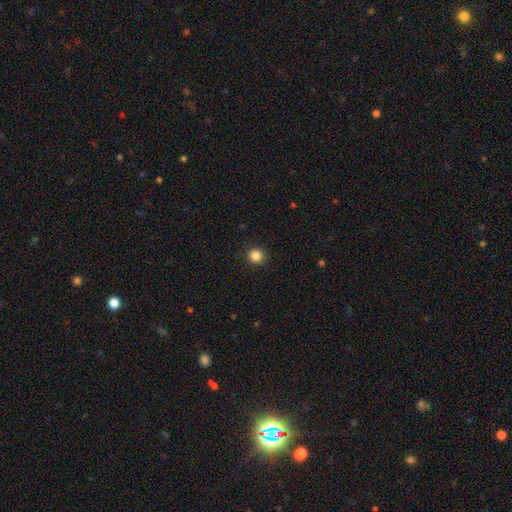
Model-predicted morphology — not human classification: smooth_or_featured: smooth (p=0.85) [alt: star or artifact p=0.11]
how_rounded: round (p=0.93) [alt: in between p=0.06]
merging: none (p=0.91) [alt: minor disturbance p=0.06]